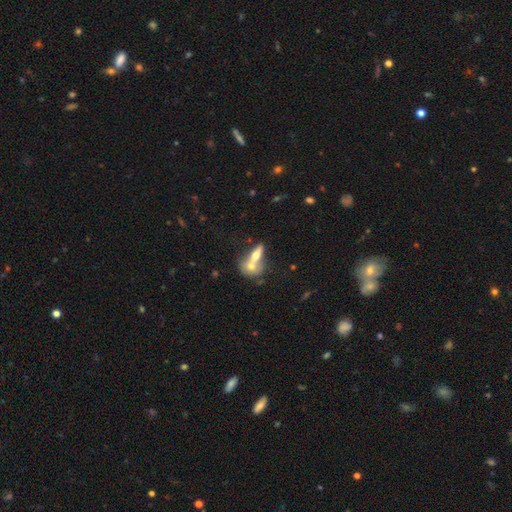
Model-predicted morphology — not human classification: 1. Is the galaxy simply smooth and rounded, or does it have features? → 54% smooth, 38% featured or disk, 8% star or artifact.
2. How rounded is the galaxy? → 56% in between, 31% cigar-shaped, 13% round.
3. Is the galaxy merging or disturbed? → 63% merger, 25% none, 7% minor disturbance, 5% major disturbance.